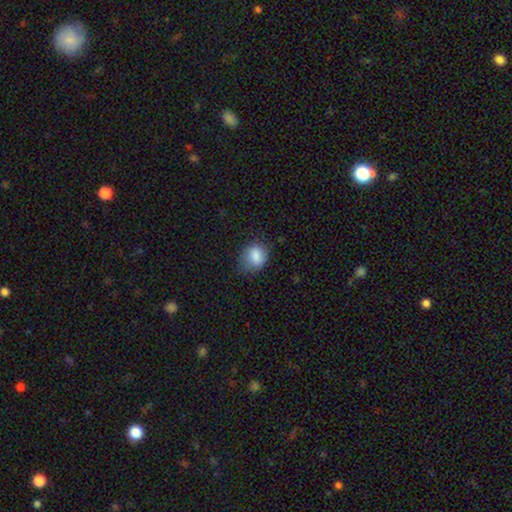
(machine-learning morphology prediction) A smooth galaxy with no disk features (84%) that is in between round and cigar-shaped (53%). Merging: none (59%).